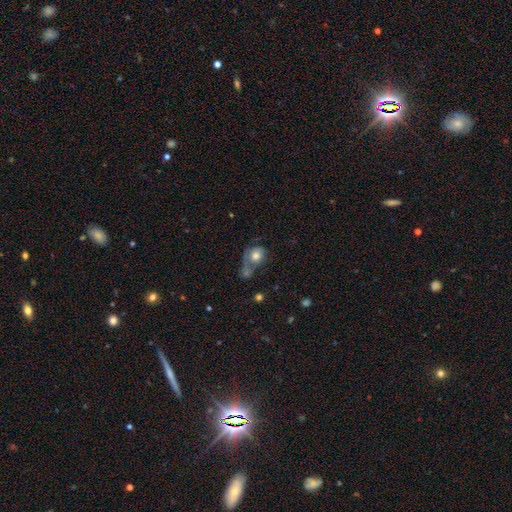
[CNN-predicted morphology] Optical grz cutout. It shows a smooth galaxy with no disk features (67%) that is round (63%). Merging: merger (38%).